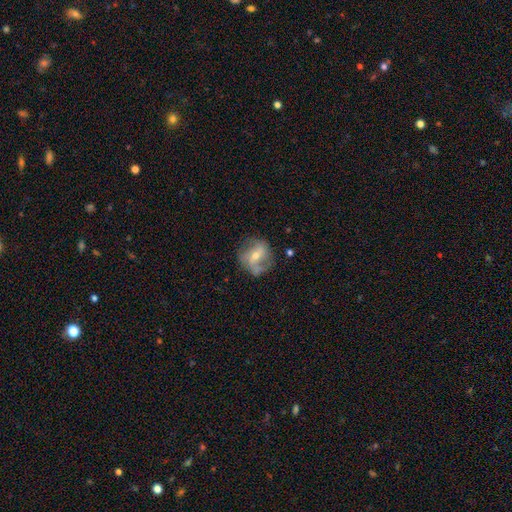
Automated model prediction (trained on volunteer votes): smooth-or-featured: featured or disk: 68% | smooth: 23% | star or artifact: 9%
  disk-edge-on: no: 96% | yes: 4%
    bar: weak: 41% | no: 32% | strong: 27%
    has-spiral-arms: yes: 83% | no: 17%
      spiral-winding: medium: 40% (tied) | loose: 40% (tied) | tight: 20%
      spiral-arm-count: 2: 67% | can't tell: 16% | 3: 8% | 1: 6% | 4: 2% | more than 4: 2%
    bulge-size: small: 48% (tied) | moderate: 48% (tied) | none: 2% | large: 2% | dominant: 1%
  merging: none: 68% | minor disturbance: 20% | major disturbance: 9% | merger: 2%